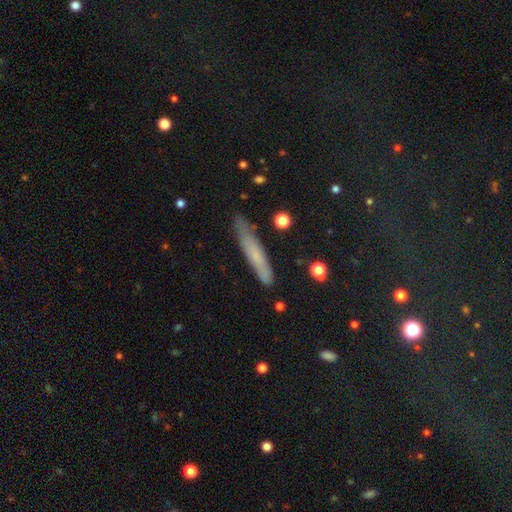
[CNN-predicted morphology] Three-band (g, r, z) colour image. It shows a smooth galaxy with no disk features (60%) that is cigar-shaped (91%). Merging: none (81%).